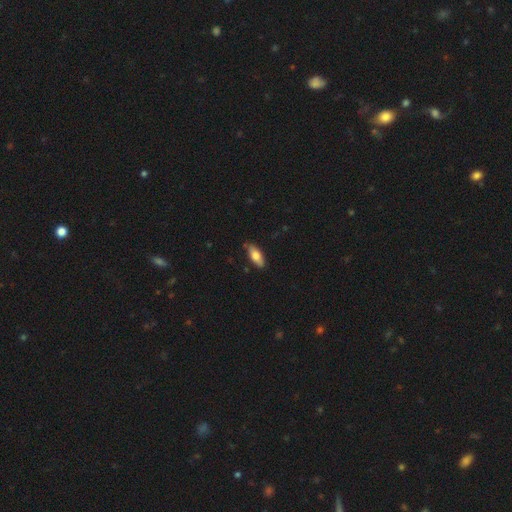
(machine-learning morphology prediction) Q: Smooth or featured?
A: smooth (72%); runner-up: featured or disk (22%)
Q: How rounded?
A: in between (75%); runner-up: cigar-shaped (23%)
Q: Merging?
A: none (83%); runner-up: minor disturbance (13%)